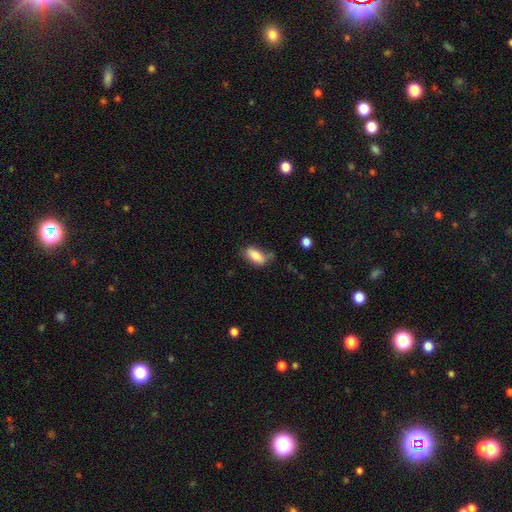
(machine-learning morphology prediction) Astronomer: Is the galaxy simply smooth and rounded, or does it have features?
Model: smooth — 81%.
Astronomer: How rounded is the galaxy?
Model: in between — 86%.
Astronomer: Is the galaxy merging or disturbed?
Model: none — 55% (runner-up: minor disturbance, 30%).